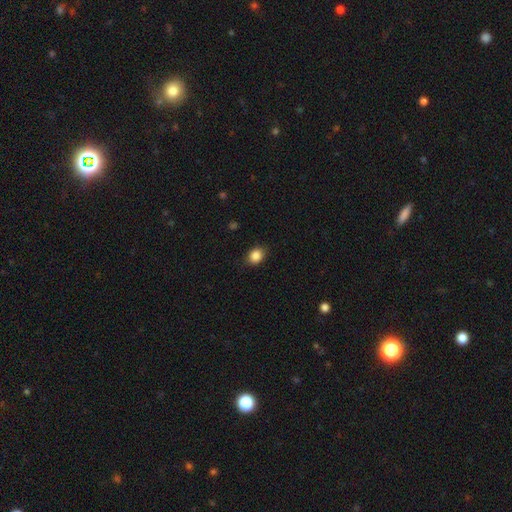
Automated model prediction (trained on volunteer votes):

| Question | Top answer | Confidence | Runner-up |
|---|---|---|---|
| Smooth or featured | smooth | 87% | star or artifact (10%) |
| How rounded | round | 50% | in between (49%) |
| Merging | none | 86% | minor disturbance (11%) |